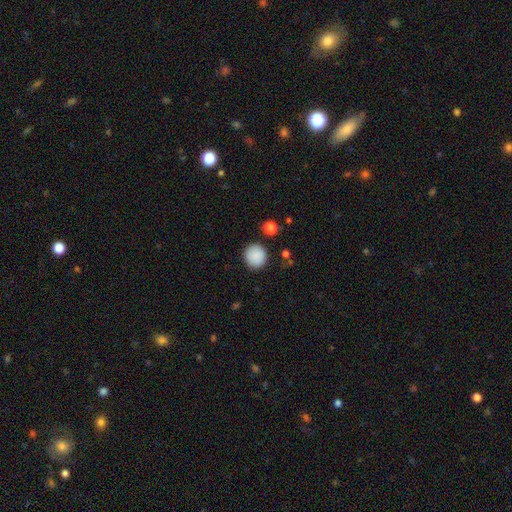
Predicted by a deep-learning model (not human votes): Smooth or featured?
  - smooth: 89% *
  - star or artifact: 8%
  - featured or disk: 3%
How rounded?
  - round: 93% *
  - in between: 6%
  - cigar-shaped: 1%
Merging?
  - none: 89% *
  - minor disturbance: 7%
  - major disturbance: 2%
  - merger: 2%